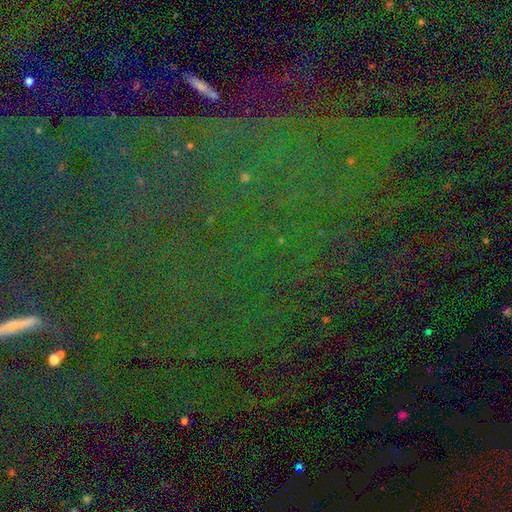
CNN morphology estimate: smooth-or-featured: star or artifact: 83% | smooth: 9% | featured or disk: 8%